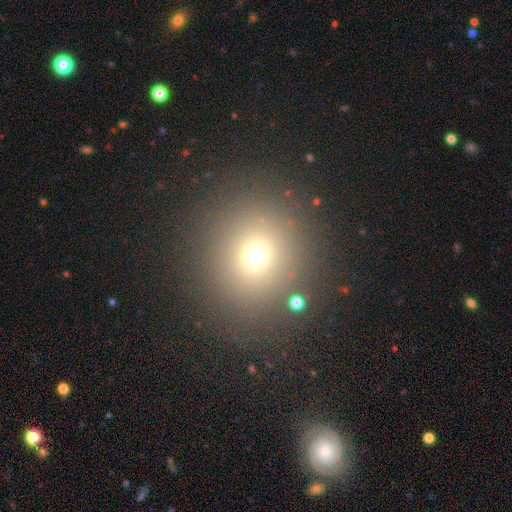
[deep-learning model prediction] Q: Smooth or featured?
A: smooth (67%); runner-up: star or artifact (23%)
Q: How rounded?
A: round (88%); runner-up: in between (11%)
Q: Merging?
A: none (86%); runner-up: minor disturbance (7%)